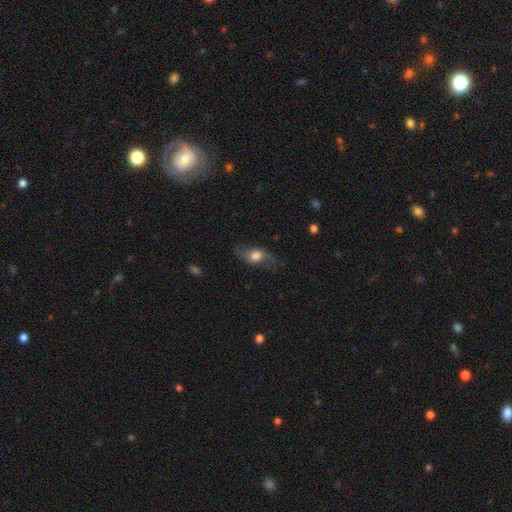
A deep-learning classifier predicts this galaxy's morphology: type=featured or disk (46%); merging=none (65%).